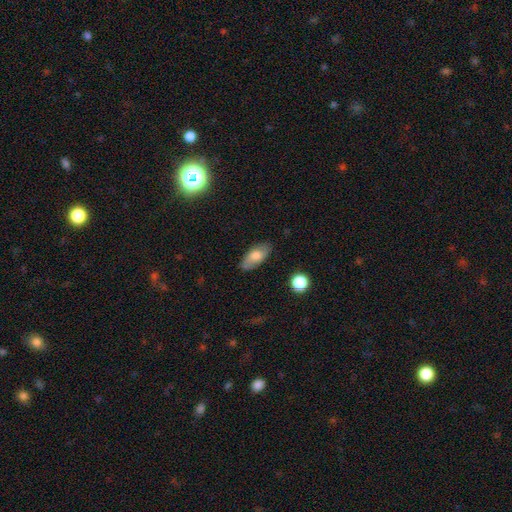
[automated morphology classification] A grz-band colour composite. It shows a smooth galaxy with no disk features (69%) that is in between round and cigar-shaped (89%). Merging: none (81%).